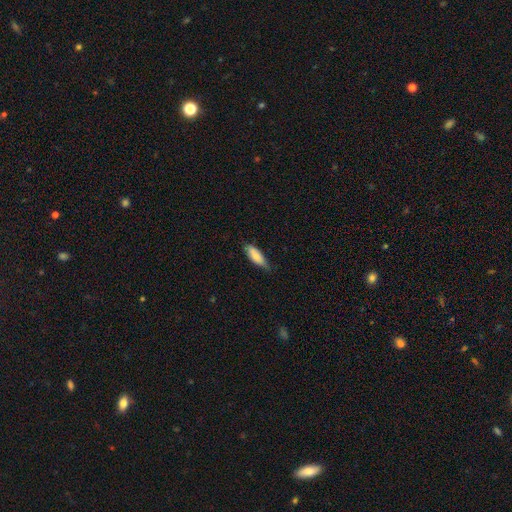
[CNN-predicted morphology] Smooth or featured? Predicted: smooth (p=0.78). How rounded? Predicted: in between (p=0.65). Merging? Predicted: none (p=0.69).